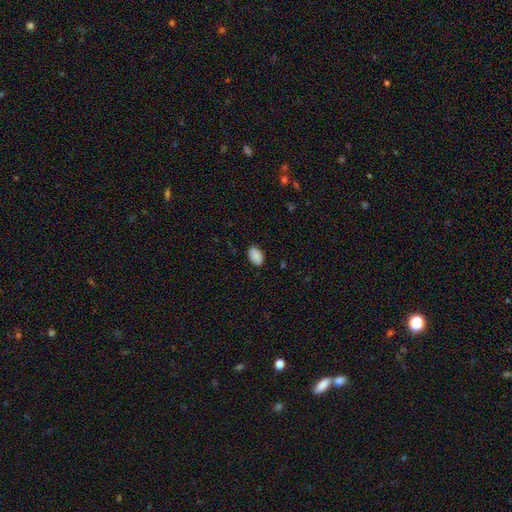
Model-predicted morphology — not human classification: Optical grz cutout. It shows a smooth galaxy with no disk features (87%) that is in between round and cigar-shaped (88%). Merging: none (82%).